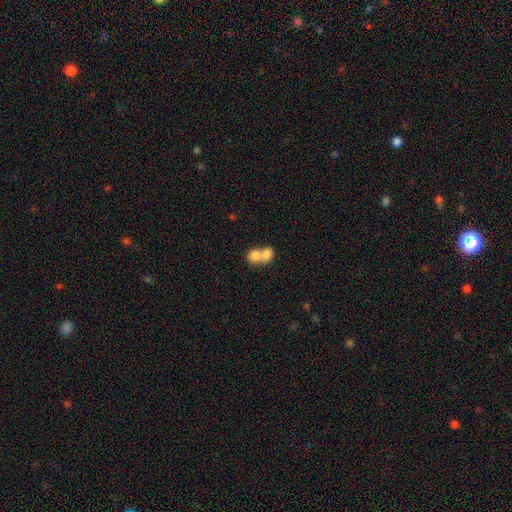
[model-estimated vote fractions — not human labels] A smooth galaxy with no disk features (74%) that is round (63%). Merging: merger (76%).